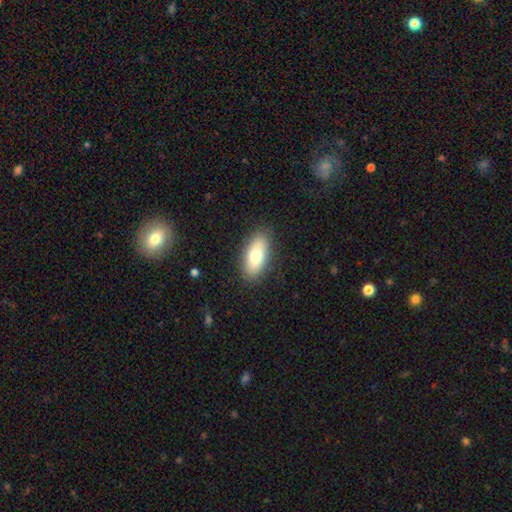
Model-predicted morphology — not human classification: smooth 76%, featured or disk 18%, star or artifact 6%. Down the decision tree: how rounded — in between (88%); merging — none (87%).